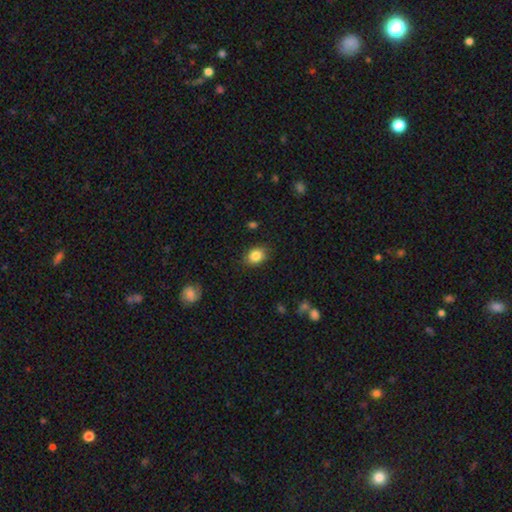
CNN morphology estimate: A smooth galaxy with no disk features (84%) that is in between round and cigar-shaped (64%). Merging: none (85%).